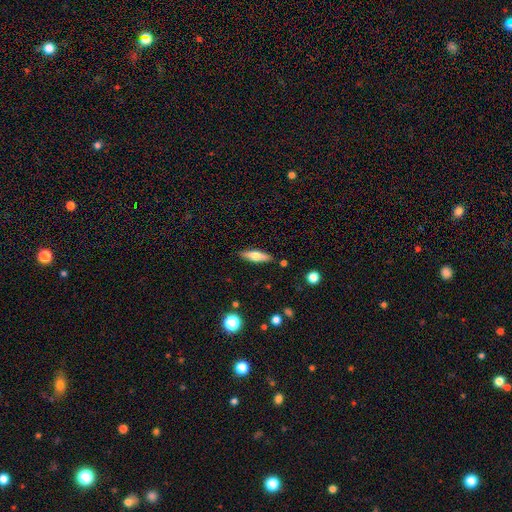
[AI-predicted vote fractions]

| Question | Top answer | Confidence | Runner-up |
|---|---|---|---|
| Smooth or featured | smooth | 63% | featured or disk (31%) |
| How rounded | cigar-shaped | 56% | in between (42%) |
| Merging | none | 86% | minor disturbance (10%) |